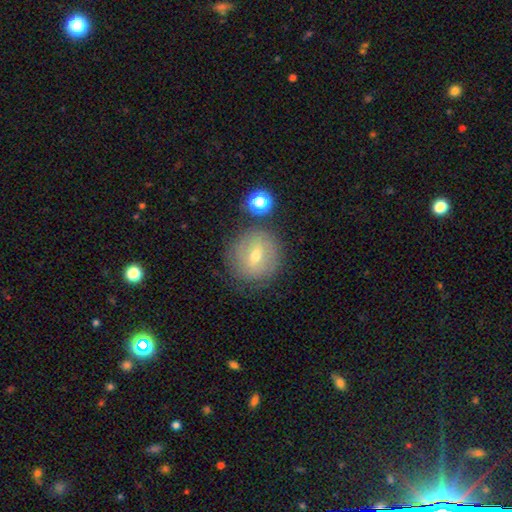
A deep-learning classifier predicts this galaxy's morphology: The model was most divided on "smooth or featured": featured or disk: 46%, smooth: 44%, star or artifact: 11%. More confident: merging — none (77%).